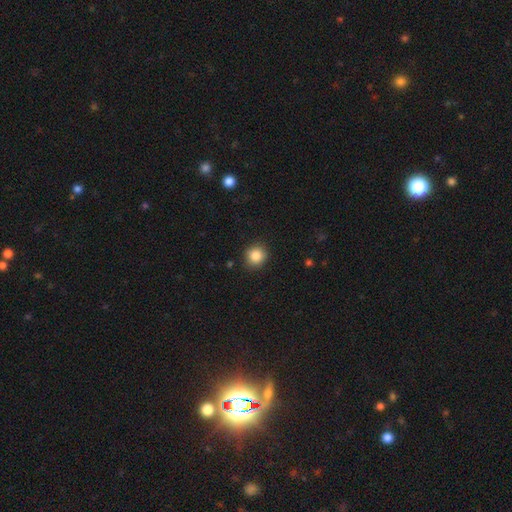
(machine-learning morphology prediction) A smooth galaxy with no disk features (86%) that is round (88%).

Vote fractions:
- Smooth or featured? smooth: 86% / star or artifact: 10% / featured or disk: 4%
- How rounded? round: 88% / in between: 11% / cigar-shaped: 1%
- Merging? none: 88% / minor disturbance: 8% / major disturbance: 2% / merger: 1%